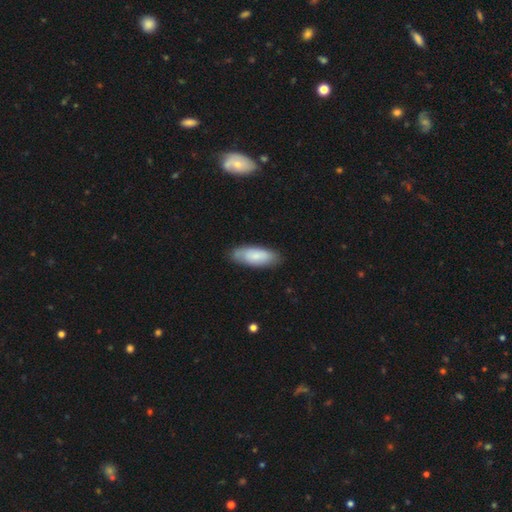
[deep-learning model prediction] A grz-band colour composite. It shows a smooth galaxy with no disk features (75%) that is in between round and cigar-shaped (76%). Merging: none (79%).